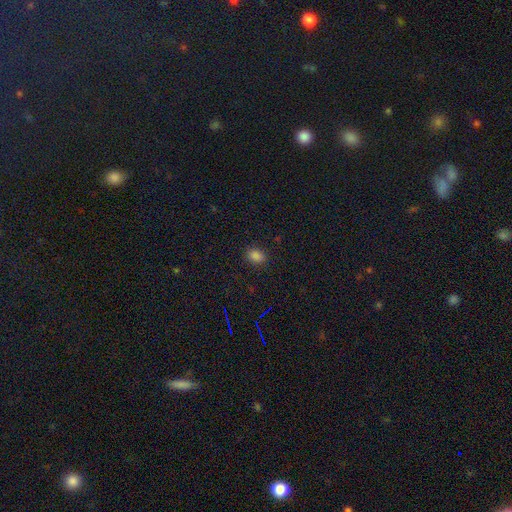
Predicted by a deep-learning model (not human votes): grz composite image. It shows a smooth galaxy with no disk features (83%) that is in between round and cigar-shaped (78%). Merging: none (86%).